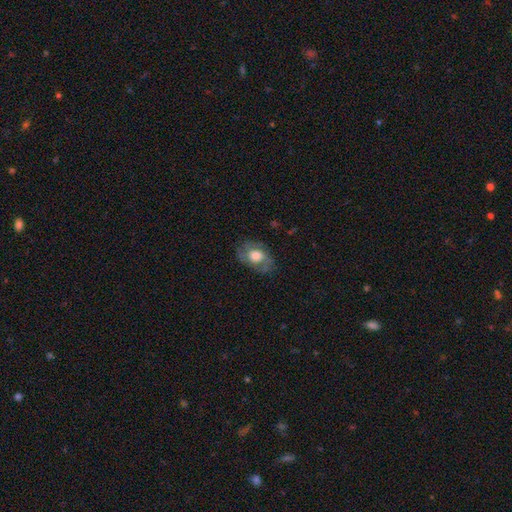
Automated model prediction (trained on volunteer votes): smooth_or_featured: featured or disk (p=0.50) [alt: smooth p=0.43]
merging: none (p=0.68) [alt: minor disturbance p=0.20]